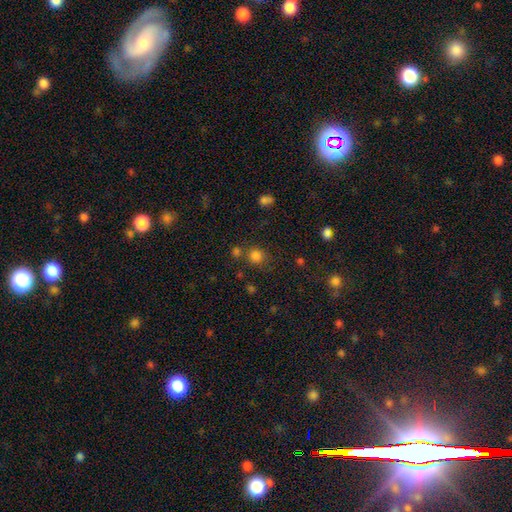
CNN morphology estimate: type=smooth (79%); roundness=round (85%); merging=none (69%).